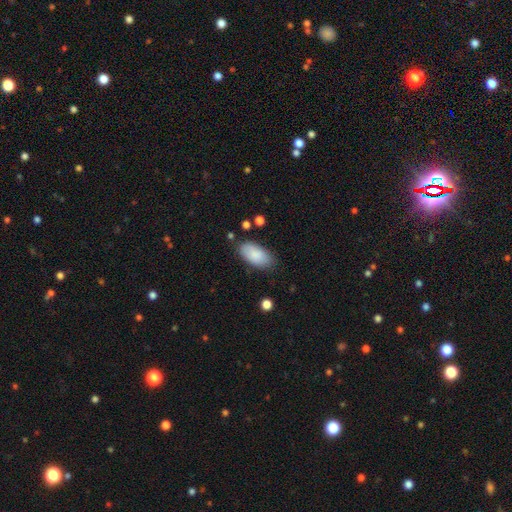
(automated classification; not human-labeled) smooth-or-featured: smooth: 87% | featured or disk: 7% | star or artifact: 6%
  how-rounded: in between: 94% | cigar-shaped: 4% | round: 2%
  merging: none: 78% | minor disturbance: 16% | major disturbance: 4% | merger: 2%